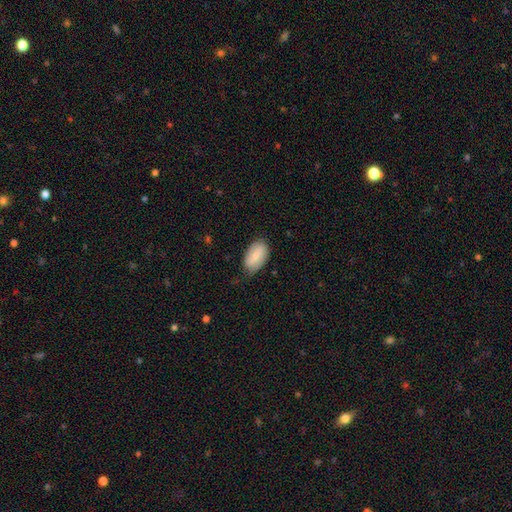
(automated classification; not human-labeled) This is likely a smooth galaxy (72%). How rounded: clearly in between (94%). Merging: likely none (64%).